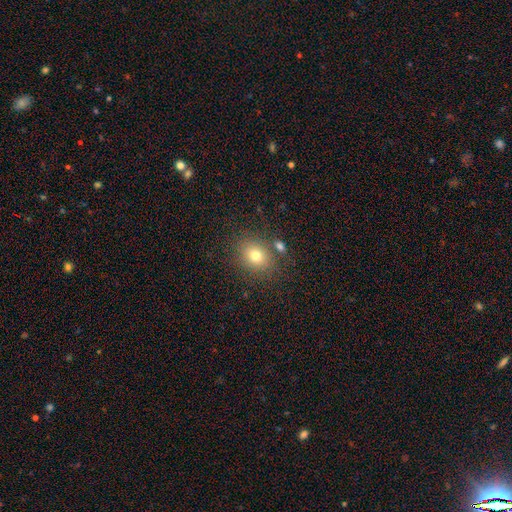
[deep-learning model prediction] This appears to be a smooth galaxy with no disk features (76%) that is round (59%). Merging: none (77%).